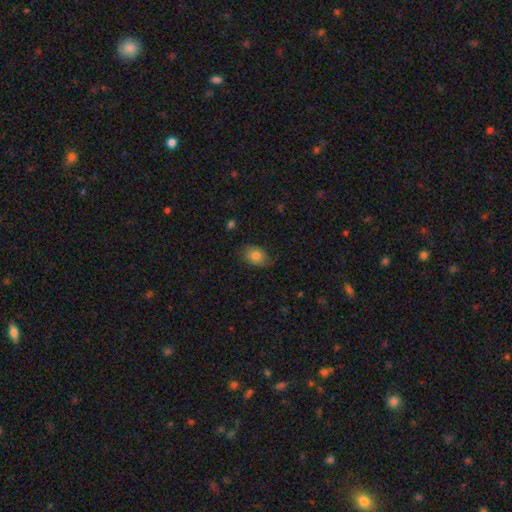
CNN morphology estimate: Overall: smooth (80%). How rounded: in between (76%). Merging: none (73%).